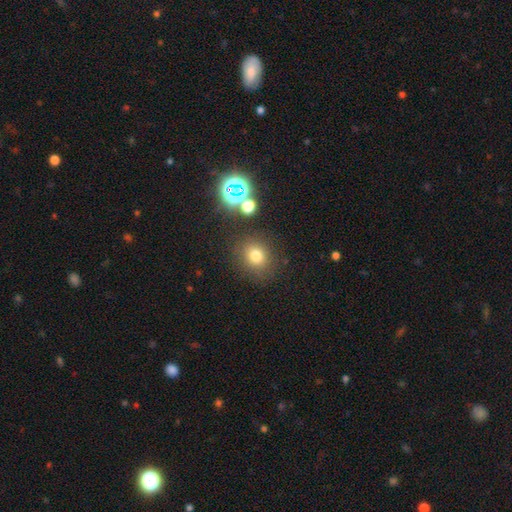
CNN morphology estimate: Smooth or featured?
  - smooth: 74% *
  - star or artifact: 18%
  - featured or disk: 8%
How rounded?
  - round: 76% *
  - in between: 23%
  - cigar-shaped: 1%
Merging?
  - none: 81% *
  - minor disturbance: 10%
  - merger: 5%
  - major disturbance: 4%